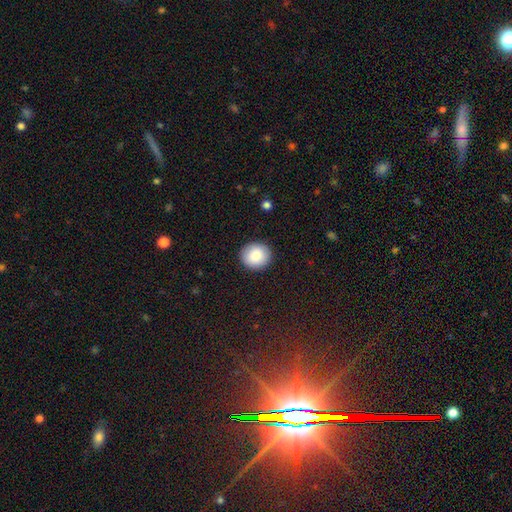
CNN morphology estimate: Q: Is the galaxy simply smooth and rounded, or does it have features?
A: smooth — 86%.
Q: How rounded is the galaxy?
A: round — 84%.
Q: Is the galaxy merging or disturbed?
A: none — 90%.